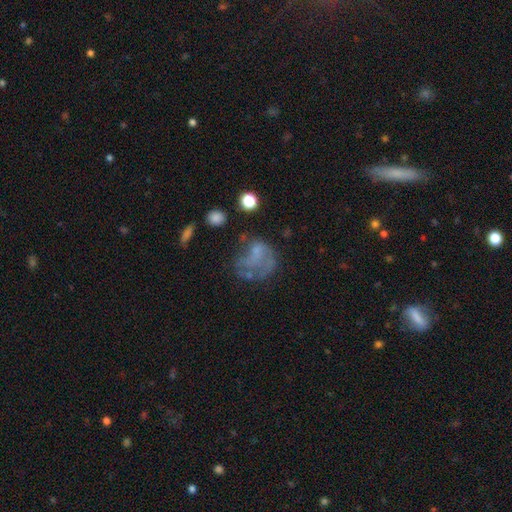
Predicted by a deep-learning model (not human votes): Q: Smooth or featured?
A: featured or disk (47%); runner-up: smooth (38%)
Q: Merging?
A: major disturbance (38%); runner-up: none (35%)